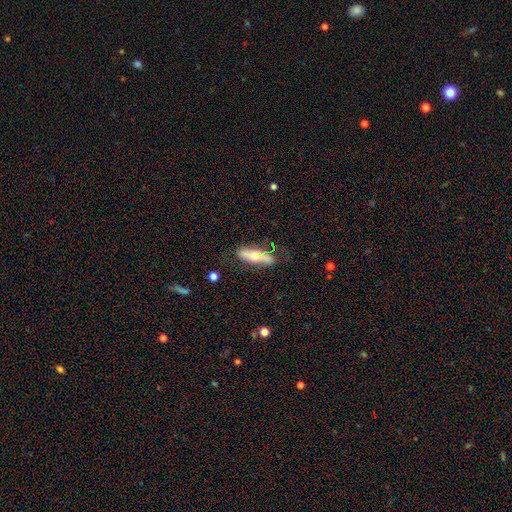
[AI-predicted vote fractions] Smooth or featured? Predicted: smooth (p=0.48). Merging? Predicted: none (p=0.63).